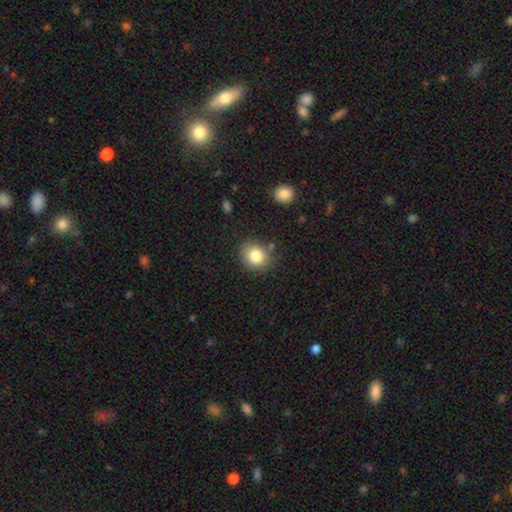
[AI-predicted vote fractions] Morphology: type=smooth (82%); roundness=round (70%); merging=none (82%).